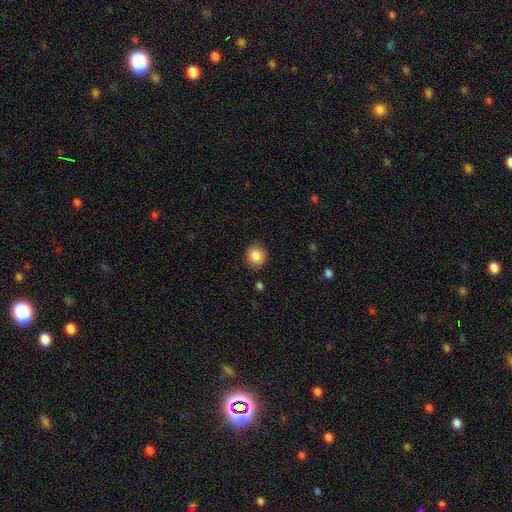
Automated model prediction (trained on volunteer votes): This appears to be a smooth galaxy with no disk features (87%) that is round (79%). Merging: none (88%).